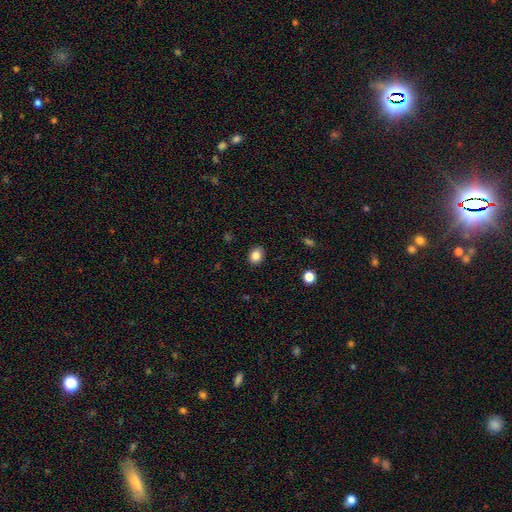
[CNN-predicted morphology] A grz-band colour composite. It shows a smooth galaxy with no disk features (84%) that is round (54%). Merging: none (89%).